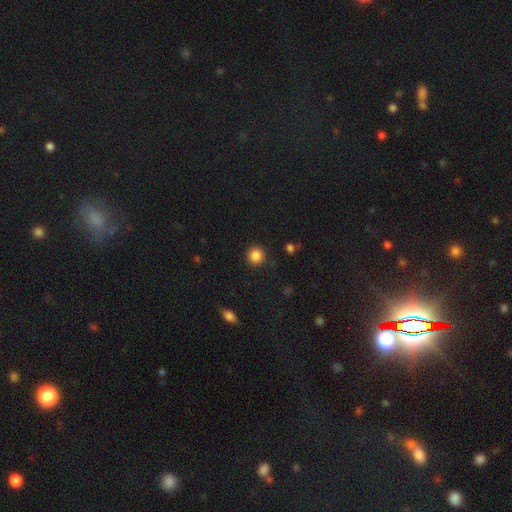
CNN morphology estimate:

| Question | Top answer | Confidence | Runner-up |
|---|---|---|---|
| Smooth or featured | smooth | 86% | star or artifact (11%) |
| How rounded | round | 94% | in between (5%) |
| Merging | none | 91% | minor disturbance (6%) |